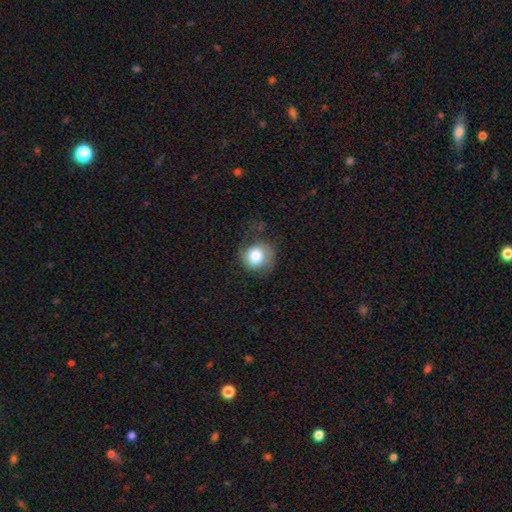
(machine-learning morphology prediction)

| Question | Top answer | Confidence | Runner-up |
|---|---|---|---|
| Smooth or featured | smooth | 77% | featured or disk (15%) |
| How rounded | round | 84% | in between (15%) |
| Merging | none | 61% | minor disturbance (24%) |